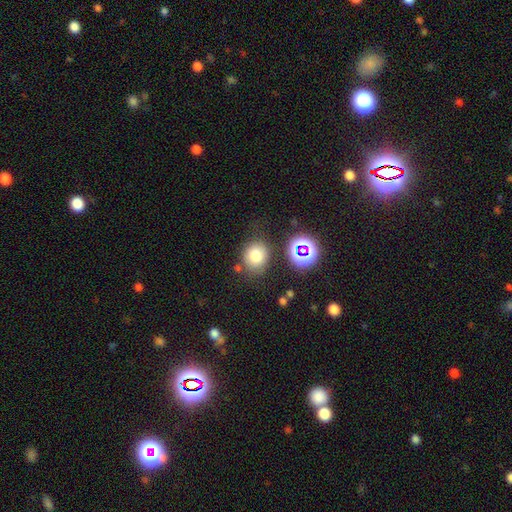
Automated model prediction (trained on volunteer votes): Smooth or featured: smooth — 76% (star or artifact — 15%)
How rounded: round — 71% (in between — 28%)
Merging: none — 73% (minor disturbance — 15%)